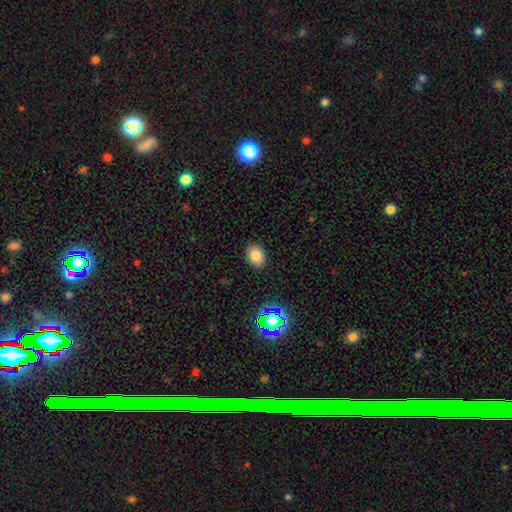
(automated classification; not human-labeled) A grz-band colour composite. It shows a smooth galaxy with no disk features (81%) that is in between round and cigar-shaped (69%). Merging: none (88%).